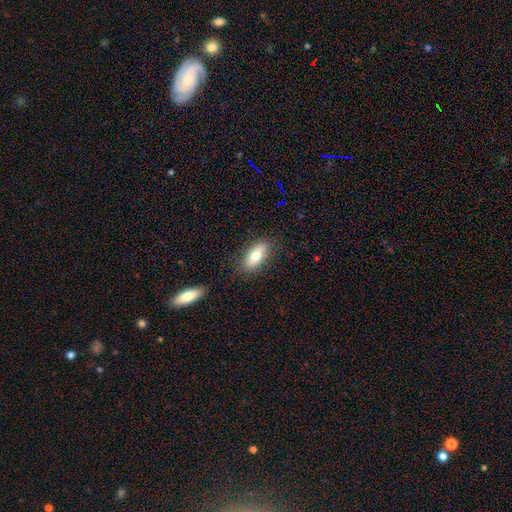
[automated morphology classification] This appears to be a smooth galaxy with no disk features (71%) that is in between round and cigar-shaped (86%). Merging: none (83%).